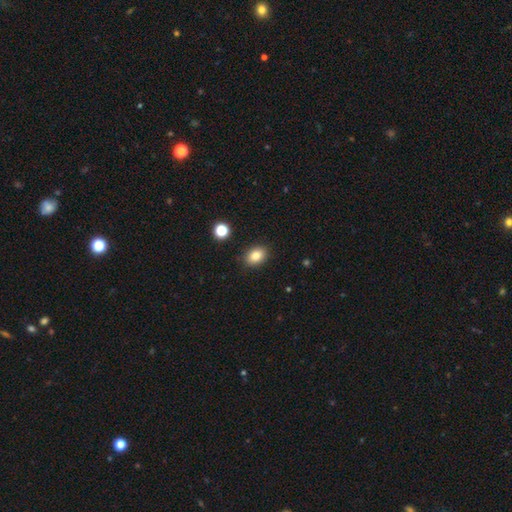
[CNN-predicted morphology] Overall: smooth (84%). How rounded: in between (76%). Merging: none (88%).